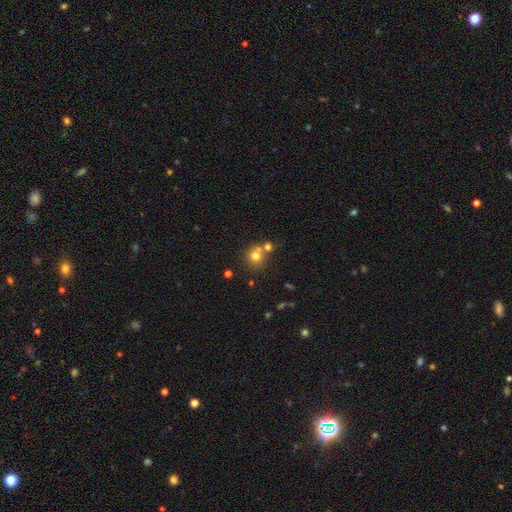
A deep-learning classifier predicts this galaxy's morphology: Q: Smooth or featured?
A: smooth (73%); runner-up: star or artifact (14%)
Q: How rounded?
A: round (85%); runner-up: in between (14%)
Q: Merging?
A: none (54%); runner-up: merger (34%)